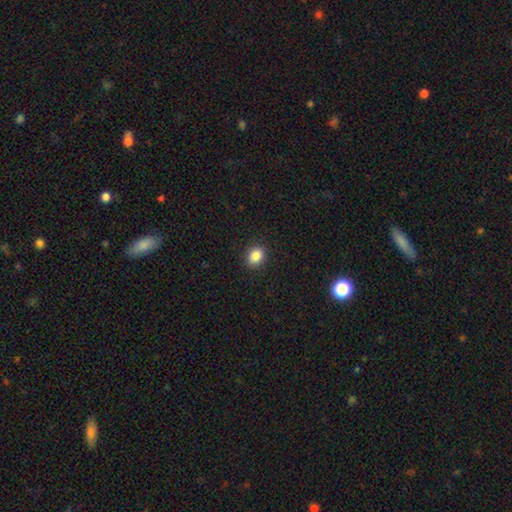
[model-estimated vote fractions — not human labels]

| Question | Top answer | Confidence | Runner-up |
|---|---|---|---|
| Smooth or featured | smooth | 86% | star or artifact (10%) |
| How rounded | in between | 51% | round (48%) |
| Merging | none | 90% | minor disturbance (7%) |